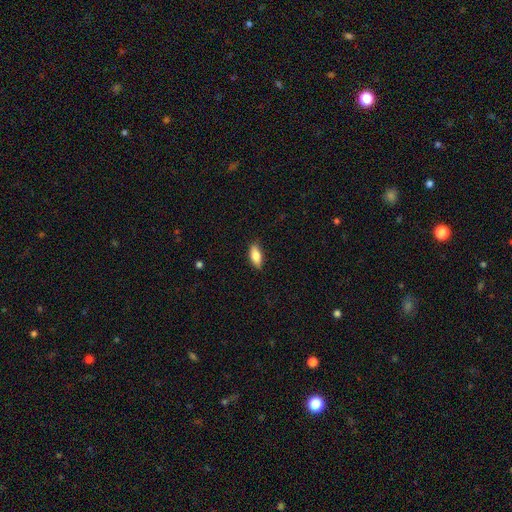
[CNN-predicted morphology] smooth-or-featured: smooth: 77% | featured or disk: 16% | star or artifact: 7%
  how-rounded: in between: 78% | cigar-shaped: 19% | round: 3%
  merging: none: 84% | minor disturbance: 12% | major disturbance: 2% | merger: 1%